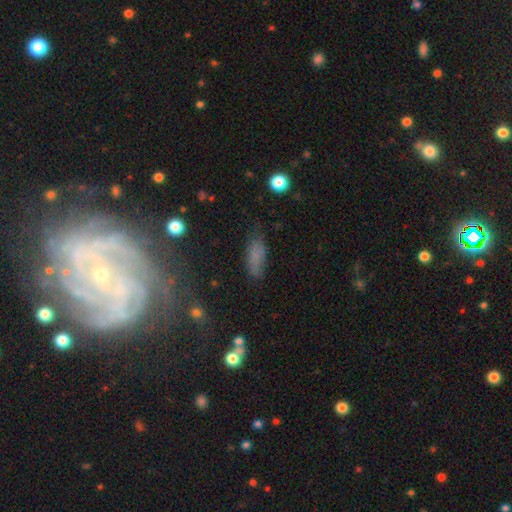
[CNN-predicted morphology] Smooth or featured: smooth — 73% (featured or disk — 14%)
How rounded: in between — 66% (cigar-shaped — 30%)
Merging: none — 72% (minor disturbance — 19%)